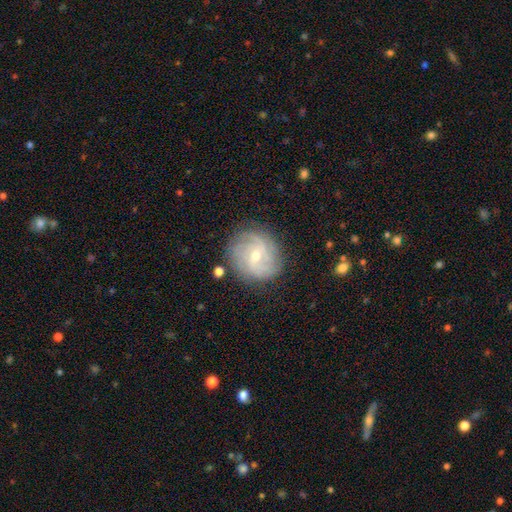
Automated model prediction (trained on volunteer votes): The model was most divided on "bar": weak: 46%, no: 42%, strong: 11%. Remaining: edge-on disk — no (97%); spiral arms — yes (91%); merging — none (81%); smooth or featured — featured or disk (75%); bulge size — small (56%); spiral winding — tight (44%); spiral arm count — can't tell (31%).